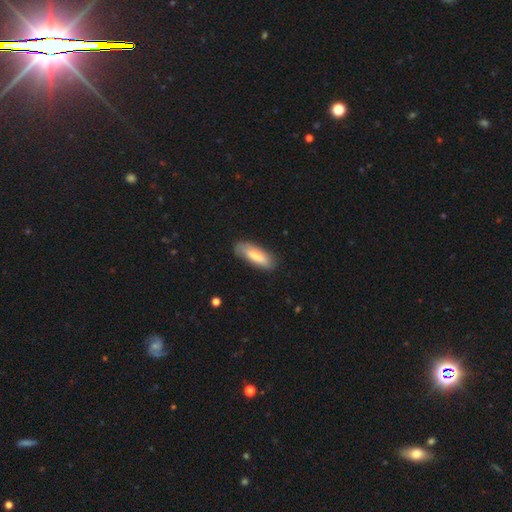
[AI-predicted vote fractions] Smooth or featured? Predicted: smooth (p=0.73). How rounded? Predicted: in between (p=0.60). Merging? Predicted: none (p=0.80).